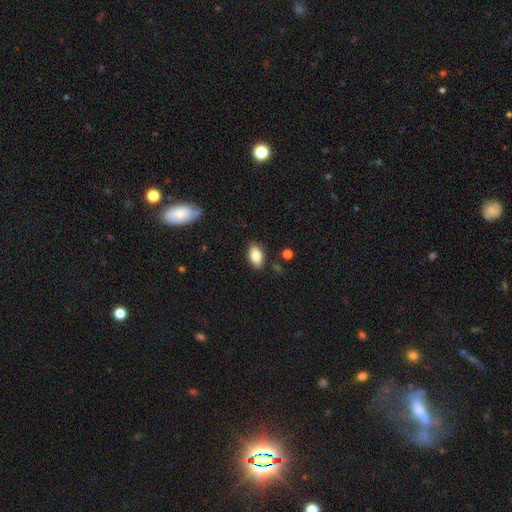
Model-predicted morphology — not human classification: Overall: smooth (82%). How rounded: in between (90%). Merging: none (85%).